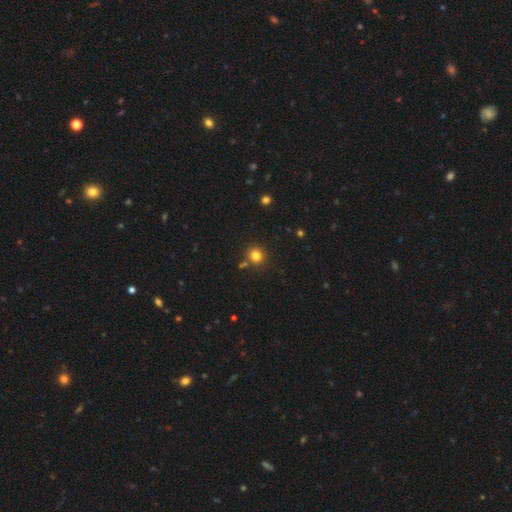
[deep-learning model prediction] Q: Smooth or featured?
A: smooth (80%); runner-up: star or artifact (14%)
Q: How rounded?
A: round (92%); runner-up: in between (7%)
Q: Merging?
A: none (84%); runner-up: minor disturbance (7%)